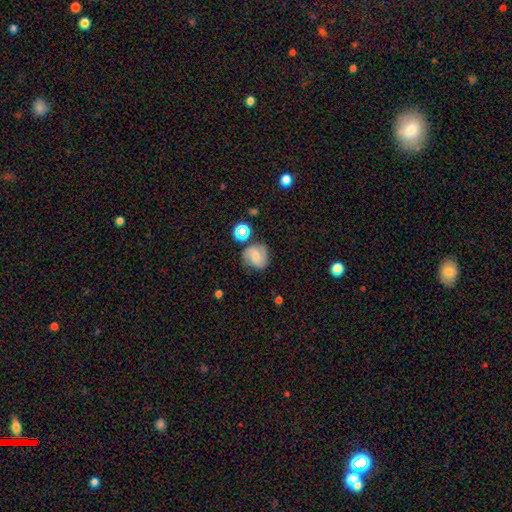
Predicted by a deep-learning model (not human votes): Smooth or featured: smooth — 48% (featured or disk — 41%)
Merging: none — 62% (minor disturbance — 23%)